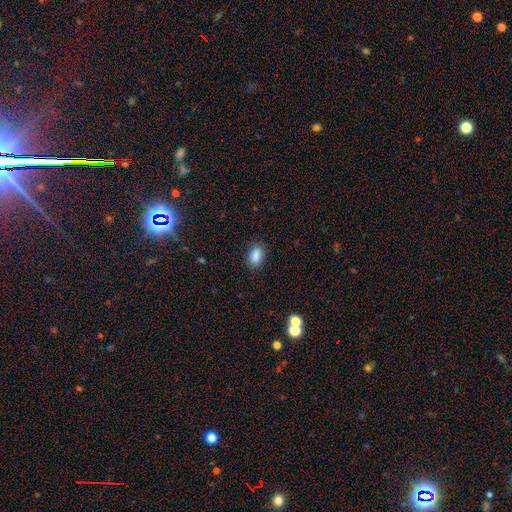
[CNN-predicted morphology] Smooth or featured?
  - smooth: 87% *
  - star or artifact: 9%
  - featured or disk: 4%
How rounded?
  - in between: 88% *
  - round: 10%
  - cigar-shaped: 3%
Merging?
  - none: 83% *
  - minor disturbance: 12%
  - major disturbance: 3%
  - merger: 2%